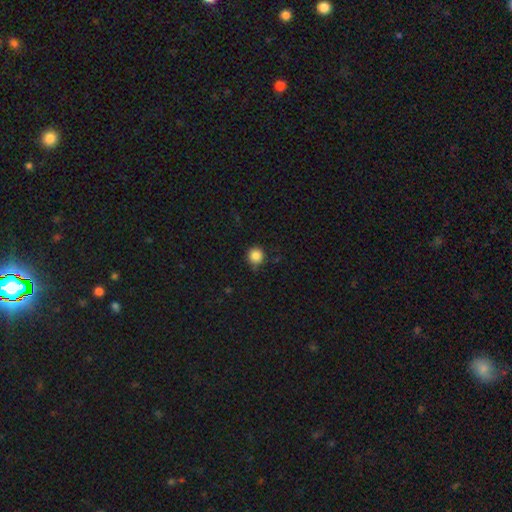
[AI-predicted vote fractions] Smooth or featured? smooth (86%)
How rounded? round (93%)
Merging? none (79%)